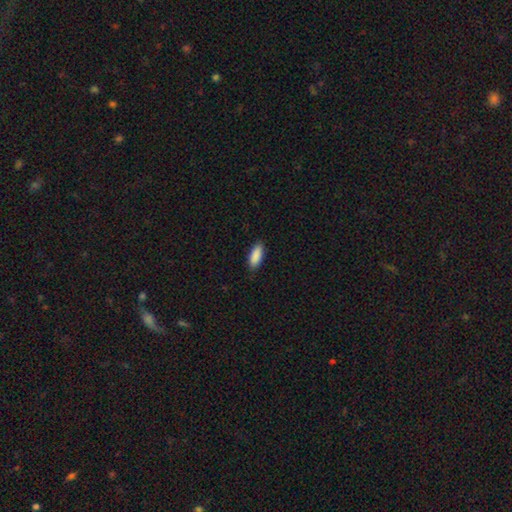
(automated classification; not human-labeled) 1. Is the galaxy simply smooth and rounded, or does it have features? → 90% smooth, 6% star or artifact, 4% featured or disk.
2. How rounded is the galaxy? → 77% in between, 21% cigar-shaped, 2% round.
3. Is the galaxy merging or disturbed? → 86% none, 11% minor disturbance, 2% major disturbance, 1% merger.